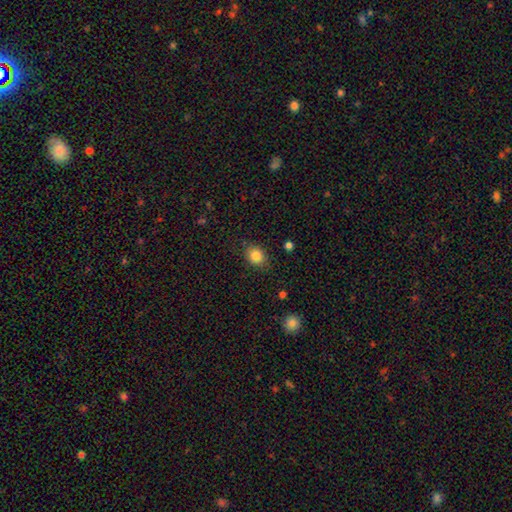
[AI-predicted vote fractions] smooth_or_featured: smooth (p=0.84) [alt: star or artifact p=0.10]
how_rounded: round (p=0.54) [alt: in between p=0.45]
merging: none (p=0.82) [alt: minor disturbance p=0.13]